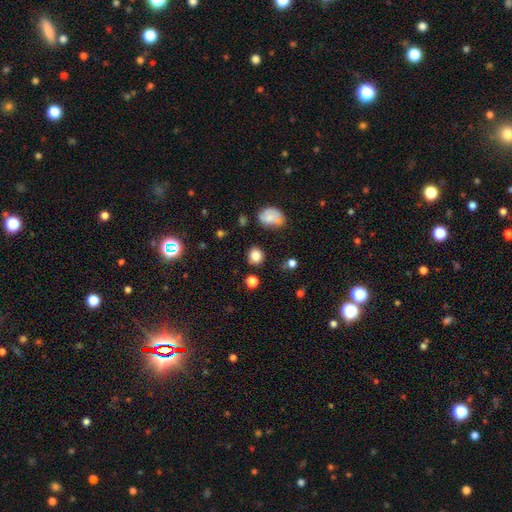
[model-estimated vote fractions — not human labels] Smooth or featured: smooth — 83% (star or artifact — 12%)
How rounded: round — 78% (in between — 21%)
Merging: none — 81% (minor disturbance — 12%)